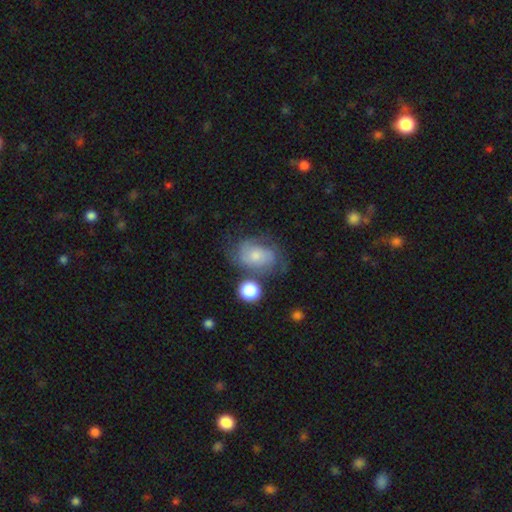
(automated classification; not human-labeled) The model was most divided on "bulge size": small: 50%, moderate: 39%, none: 5%, large: 5%, dominant: 2%. More confident: edge-on disk — no (97%); spiral arms — yes (80%); bar — no (74%); merging — none (53%); smooth or featured — featured or disk (52%).